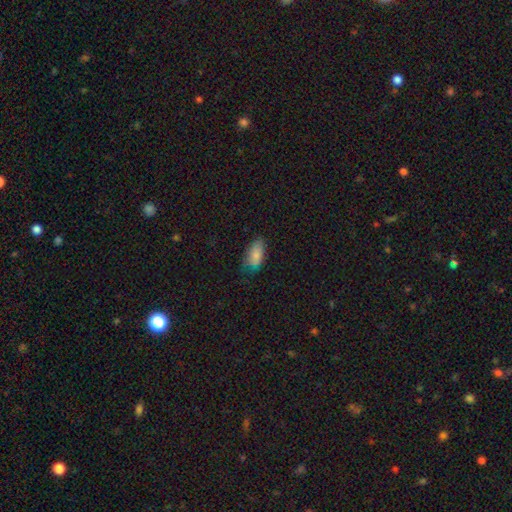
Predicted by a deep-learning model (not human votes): Smooth or featured?
  - smooth: 81% *
  - featured or disk: 12%
  - star or artifact: 7%
How rounded?
  - in between: 92% *
  - cigar-shaped: 5%
  - round: 3%
Merging?
  - none: 59% *
  - minor disturbance: 31%
  - major disturbance: 9%
  - merger: 2%